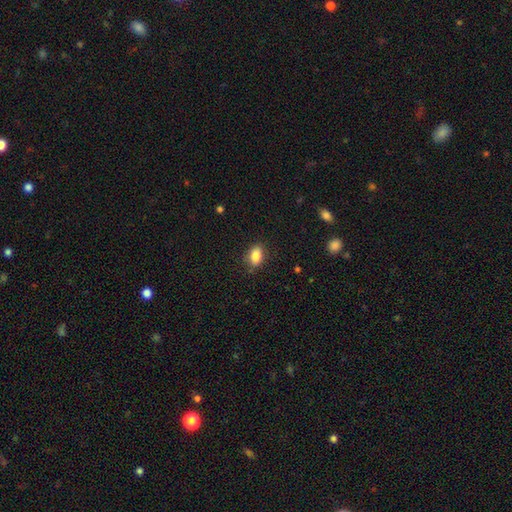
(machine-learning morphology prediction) A smooth galaxy with no disk features (86%) that is in between round and cigar-shaped (86%). Merging: none (84%).